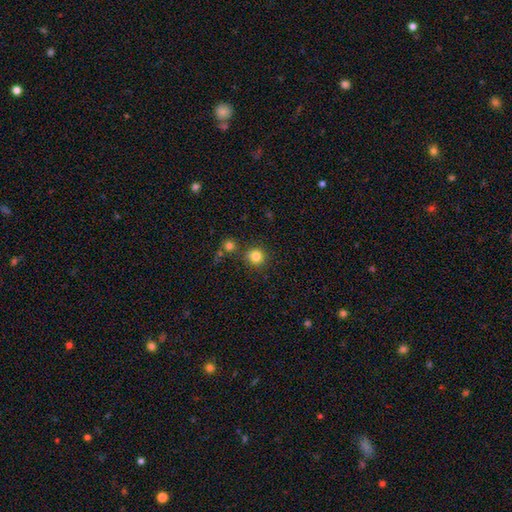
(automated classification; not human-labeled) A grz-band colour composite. It shows a smooth galaxy with no disk features (82%) that is round (93%). Merging: none (82%).